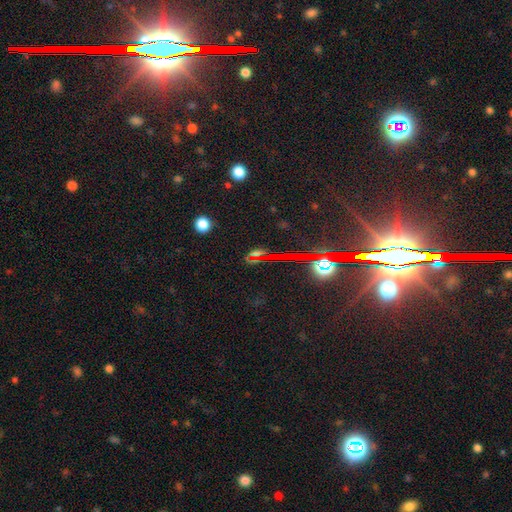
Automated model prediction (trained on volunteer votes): Q: Smooth or featured?
A: star or artifact (67%); runner-up: smooth (22%)